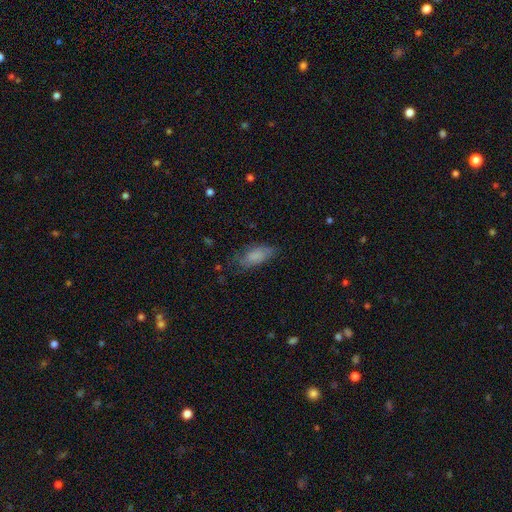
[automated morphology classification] Smooth or featured: smooth — 77% (featured or disk — 15%)
How rounded: in between — 86% (cigar-shaped — 12%)
Merging: none — 60% (minor disturbance — 28%)